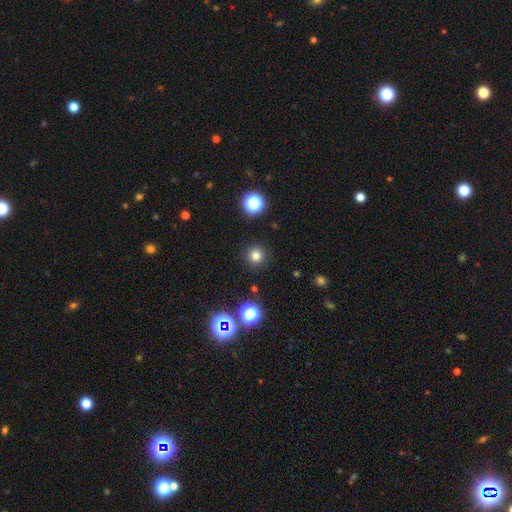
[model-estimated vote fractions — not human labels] Smooth or featured?
  - smooth: 78% *
  - star or artifact: 16%
  - featured or disk: 5%
How rounded?
  - round: 96% *
  - in between: 3%
  - cigar-shaped: 1%
Merging?
  - none: 91% *
  - minor disturbance: 5%
  - major disturbance: 2%
  - merger: 1%